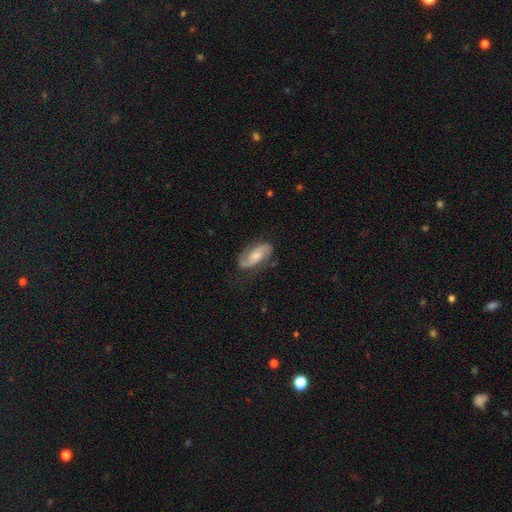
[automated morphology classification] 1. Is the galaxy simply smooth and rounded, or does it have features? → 78% featured or disk, 16% smooth, 5% star or artifact.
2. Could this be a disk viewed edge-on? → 96% no, 4% yes.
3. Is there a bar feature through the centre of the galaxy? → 54% no, 34% weak, 12% strong.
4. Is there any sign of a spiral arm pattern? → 95% yes, 5% no.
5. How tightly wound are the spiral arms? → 48% medium, 28% loose, 25% tight.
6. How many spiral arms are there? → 90% 2, 5% can't tell, 2% 1, 1% 3, 1% 4, 1% more than 4.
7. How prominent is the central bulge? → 46% moderate, 42% small, 6% none, 5% large, 1% dominant.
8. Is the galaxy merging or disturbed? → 76% none, 16% minor disturbance, 6% major disturbance, 1% merger.